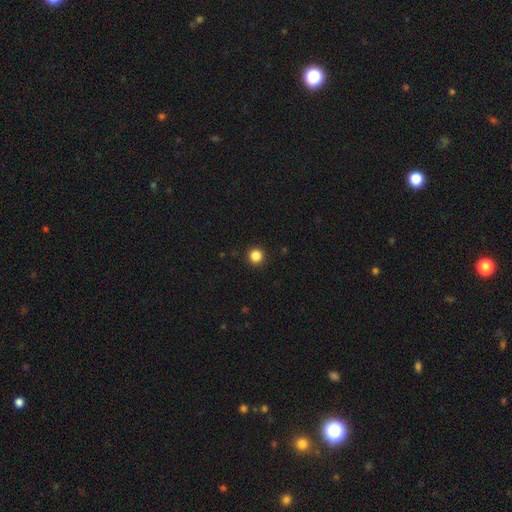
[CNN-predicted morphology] A smooth galaxy with no disk features (85%) that is round (96%). Merging: none (94%).